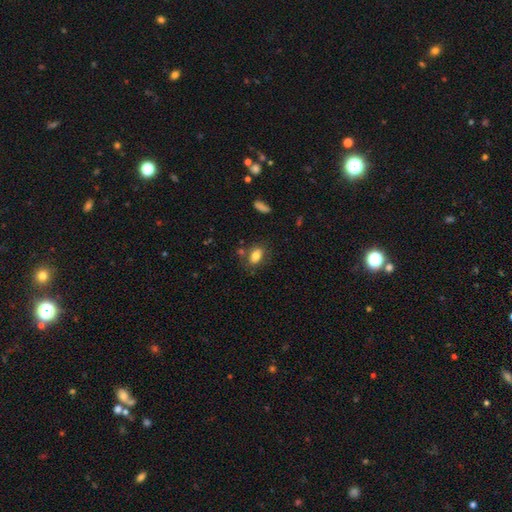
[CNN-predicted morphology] A smooth galaxy with no disk features (79%) that is in between round and cigar-shaped (85%).

Vote fractions:
- Smooth or featured? smooth: 79% / featured or disk: 13% / star or artifact: 8%
- How rounded? in between: 85% / round: 10% / cigar-shaped: 5%
- Merging? none: 72% / minor disturbance: 16% / merger: 7% / major disturbance: 5%